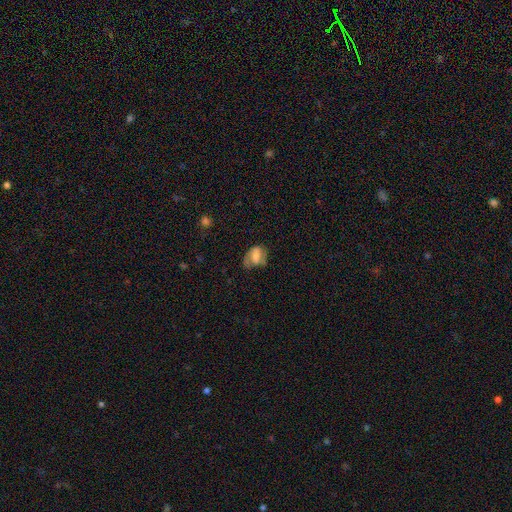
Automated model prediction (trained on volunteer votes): smooth-or-featured: smooth: 51% | featured or disk: 40% | star or artifact: 9%
  how-rounded: in between: 75% | round: 23% | cigar-shaped: 2%
  merging: none: 43% | minor disturbance: 31% | major disturbance: 23% | merger: 3%